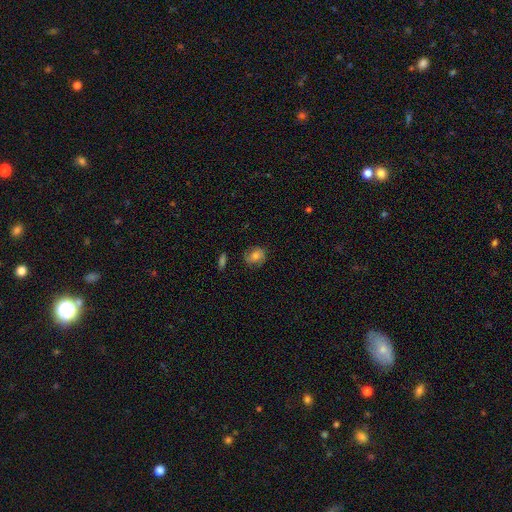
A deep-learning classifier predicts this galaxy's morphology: smooth_or_featured: smooth (p=0.57) [alt: featured or disk p=0.33]
how_rounded: round (p=0.56) [alt: in between p=0.42]
merging: none (p=0.73) [alt: minor disturbance p=0.19]